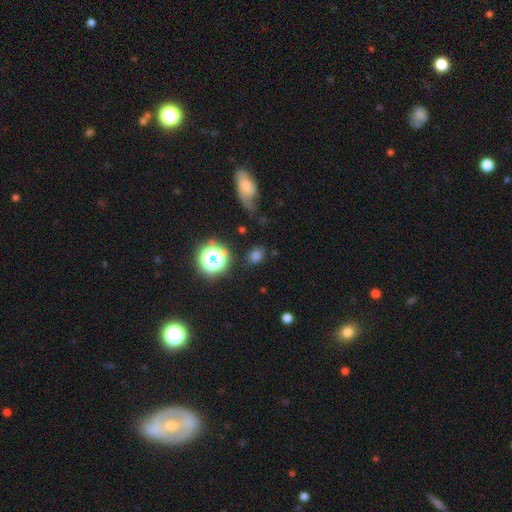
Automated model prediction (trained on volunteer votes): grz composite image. It shows a smooth galaxy with no disk features (69%) that is round (51%). Merging: none (75%).